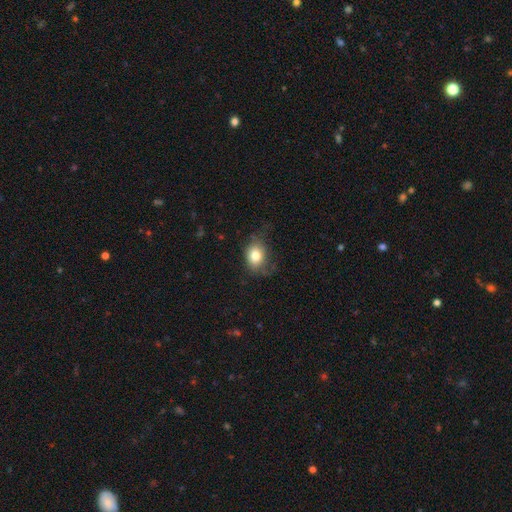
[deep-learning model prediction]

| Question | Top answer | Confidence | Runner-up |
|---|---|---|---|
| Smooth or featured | smooth | 79% | featured or disk (12%) |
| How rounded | in between | 62% | round (37%) |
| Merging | none | 58% | minor disturbance (27%) |